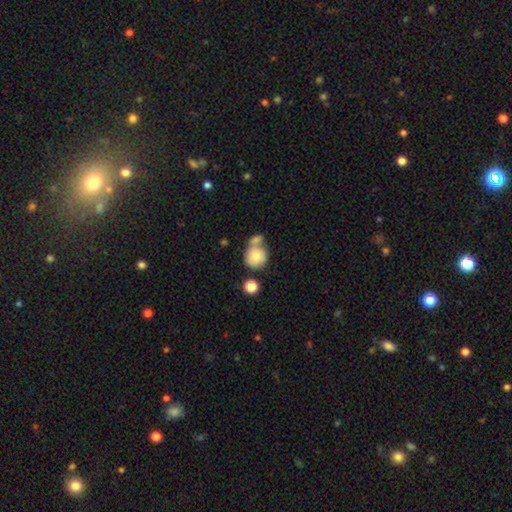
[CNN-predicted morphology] smooth 78%, featured or disk 14%, star or artifact 8%. Down the decision tree: how rounded — round (77%); merging — merger (43%).